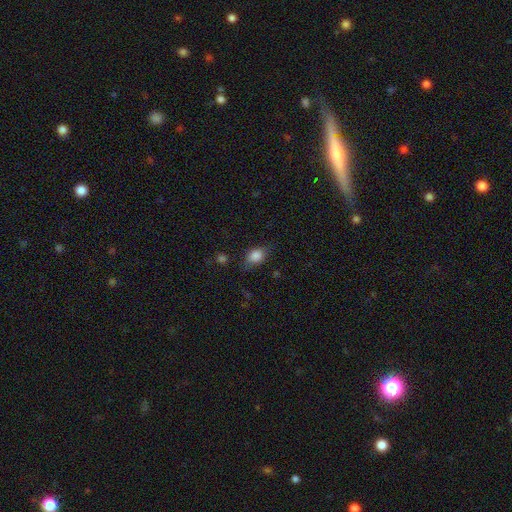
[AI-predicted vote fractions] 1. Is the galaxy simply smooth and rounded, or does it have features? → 82% smooth, 9% star or artifact, 9% featured or disk.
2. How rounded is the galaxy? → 75% in between, 23% round, 3% cigar-shaped.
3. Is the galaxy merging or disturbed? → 68% none, 23% minor disturbance, 7% major disturbance, 2% merger.